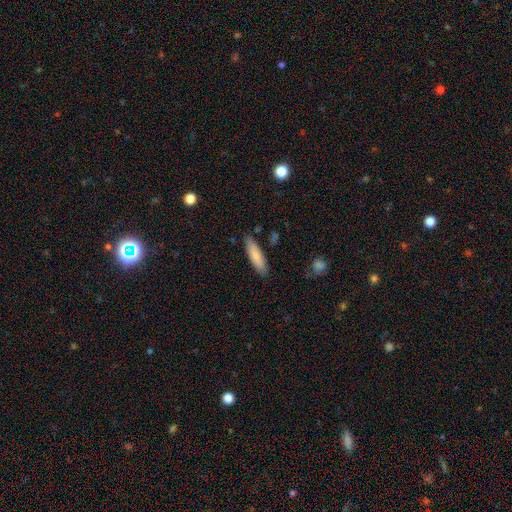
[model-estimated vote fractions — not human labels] smooth 81%, featured or disk 13%, star or artifact 6%. Down the decision tree: how rounded — cigar-shaped (69%); merging — none (85%).